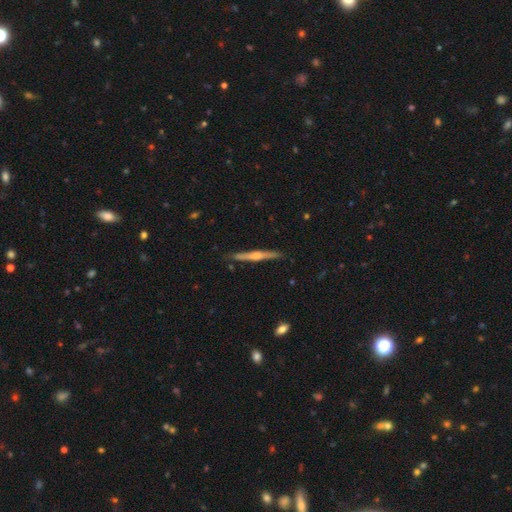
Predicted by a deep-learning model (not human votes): This appears to be a featured or disk galaxy (67%) viewed edge-on (98%) with a rounded central bulge (70%). Merging: none (89%).